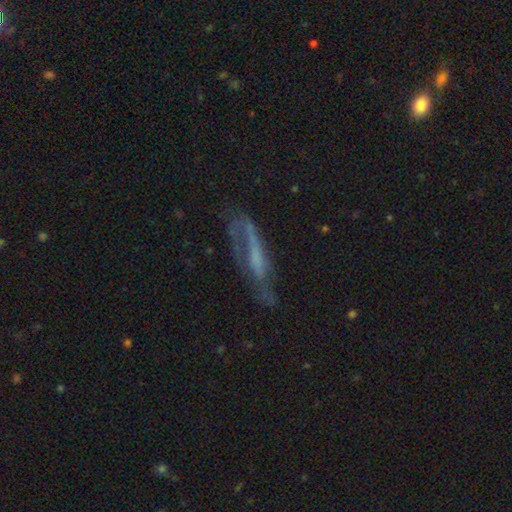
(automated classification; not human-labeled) A featured or disk galaxy (64%).

Vote fractions:
- Smooth or featured? featured or disk: 64% / smooth: 26% / star or artifact: 10%
- Edge-on disk? no: 64% / yes: 36%
- Merging? none: 43% / major disturbance: 30% / minor disturbance: 23% / merger: 4%